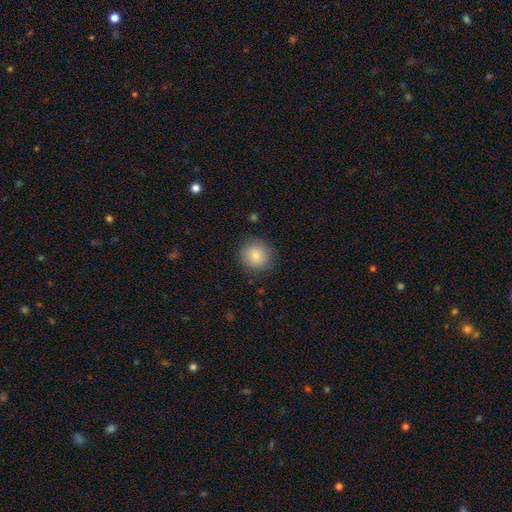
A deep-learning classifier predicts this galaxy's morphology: smooth_or_featured: smooth (p=0.81) [alt: featured or disk p=0.10]
how_rounded: round (p=0.91) [alt: in between p=0.08]
merging: none (p=0.85) [alt: minor disturbance p=0.11]